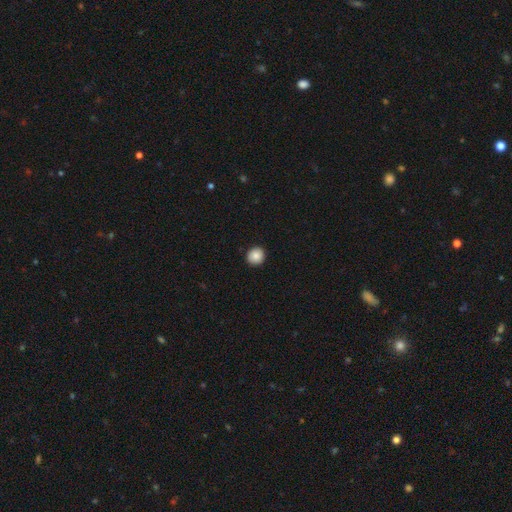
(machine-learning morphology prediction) type=smooth (87%); roundness=round (92%); merging=none (92%).